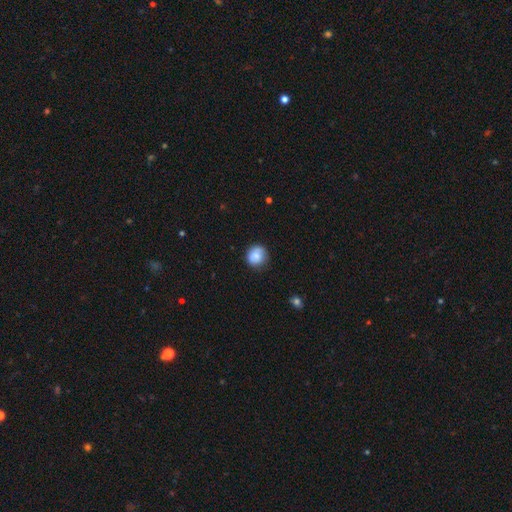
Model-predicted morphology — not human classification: Overall: smooth (80%). How rounded: round (87%). Merging: none (78%).